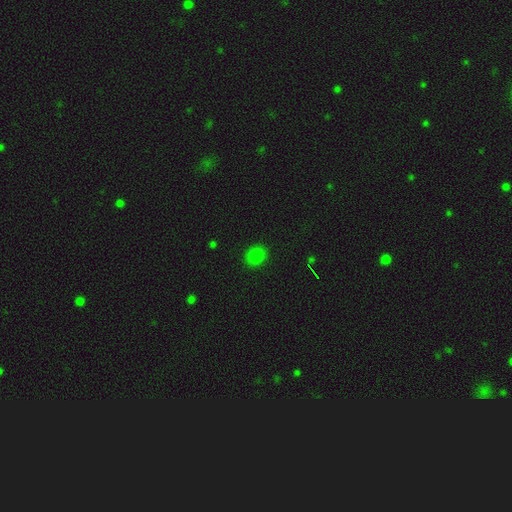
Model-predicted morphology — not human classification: Smooth or featured? Predicted: smooth (p=0.81). How rounded? Predicted: round (p=0.67). Merging? Predicted: none (p=0.89).